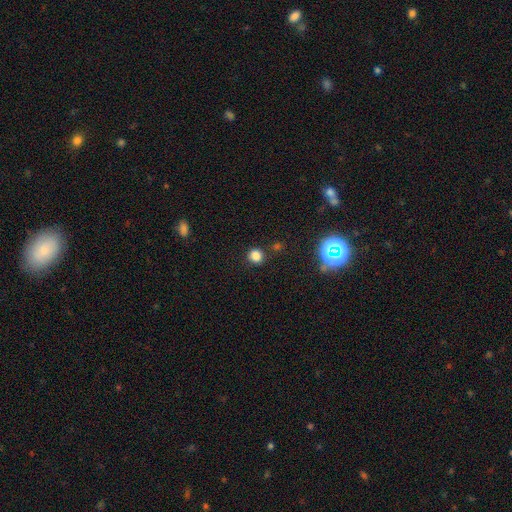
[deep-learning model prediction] This is likely a smooth galaxy (80%). How rounded: clearly round (86%). Merging: clearly none (84%).